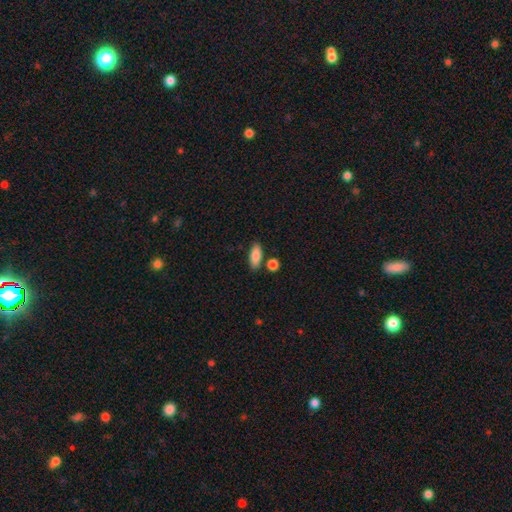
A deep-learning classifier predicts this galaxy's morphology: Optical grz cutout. It shows a smooth galaxy with no disk features (84%) that is in between round and cigar-shaped (79%). Merging: none (78%).